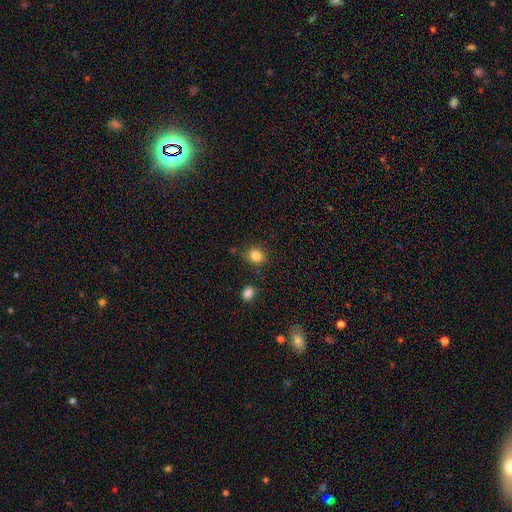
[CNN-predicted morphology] Smooth or featured?
  - smooth: 85% *
  - star or artifact: 11%
  - featured or disk: 5%
How rounded?
  - round: 77% *
  - in between: 23%
  - cigar-shaped: 1%
Merging?
  - none: 81% *
  - minor disturbance: 12%
  - merger: 4%
  - major disturbance: 3%